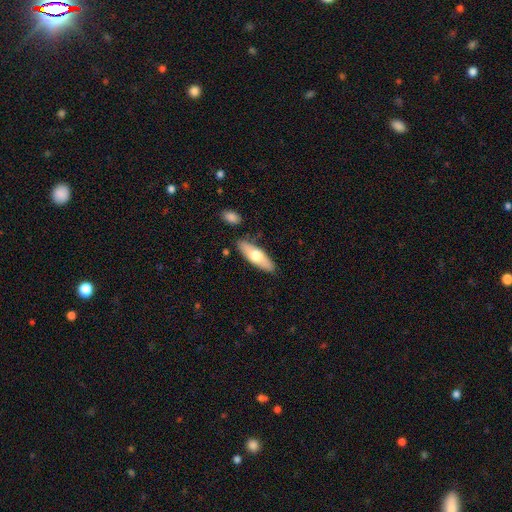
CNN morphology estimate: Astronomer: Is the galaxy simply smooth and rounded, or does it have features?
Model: smooth — 60% (runner-up: featured or disk, 35%).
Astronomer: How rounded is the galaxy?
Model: in between — 60% (runner-up: cigar-shaped, 38%).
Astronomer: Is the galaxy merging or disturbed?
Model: none — 82%.